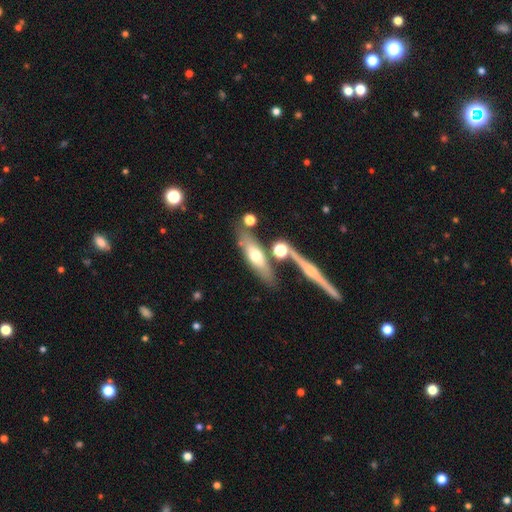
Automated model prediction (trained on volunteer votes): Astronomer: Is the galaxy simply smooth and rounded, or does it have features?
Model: smooth — 52% (runner-up: featured or disk, 41%).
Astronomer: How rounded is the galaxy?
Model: cigar-shaped — 58% (runner-up: in between, 39%).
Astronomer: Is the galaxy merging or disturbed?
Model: none — 68%.